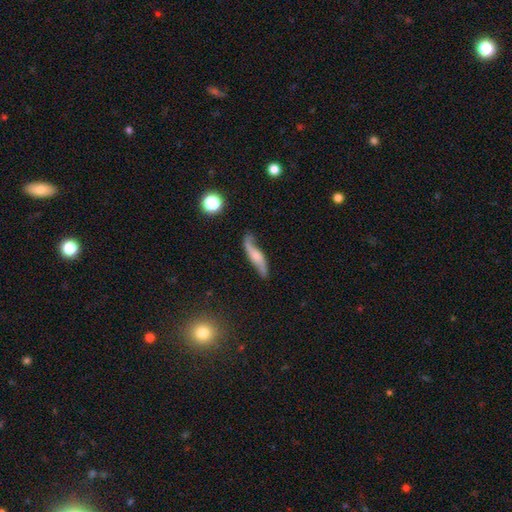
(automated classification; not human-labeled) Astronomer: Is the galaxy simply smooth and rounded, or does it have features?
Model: featured or disk — 62%.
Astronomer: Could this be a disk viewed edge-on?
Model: no — 61% (runner-up: yes, 39%).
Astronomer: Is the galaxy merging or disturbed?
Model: none — 63%.